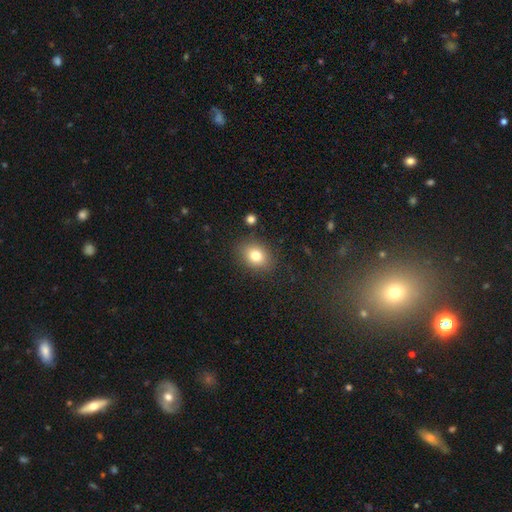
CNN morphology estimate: Overall: smooth (80%). How rounded: in between (58%; round 41%). Merging: none (85%).